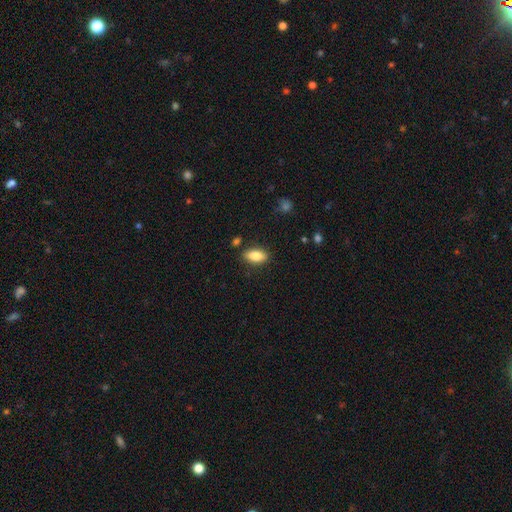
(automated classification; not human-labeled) smooth 84%, featured or disk 9%, star or artifact 7%. Down the decision tree: how rounded — in between (89%); merging — none (86%).